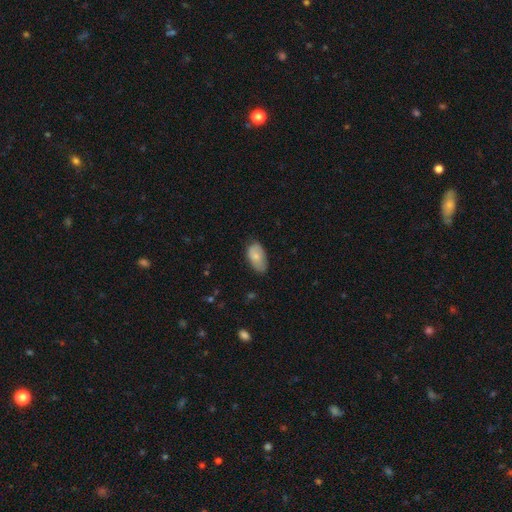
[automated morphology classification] Q: Smooth or featured?
A: smooth (77%); runner-up: featured or disk (16%)
Q: How rounded?
A: in between (94%); runner-up: round (4%)
Q: Merging?
A: none (63%); runner-up: minor disturbance (31%)